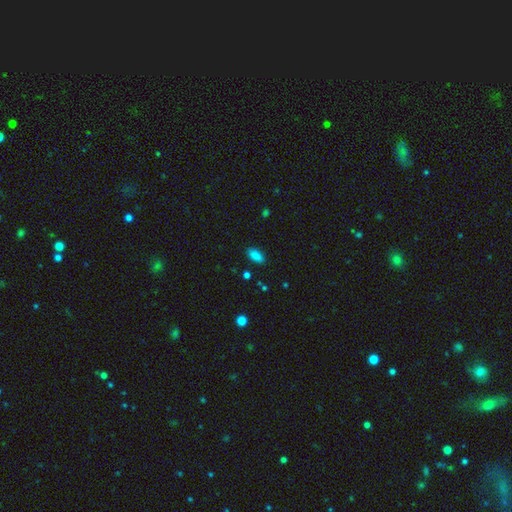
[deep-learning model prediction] Smooth or featured: smooth — 86% (star or artifact — 10%)
How rounded: in between — 90% (cigar-shaped — 7%)
Merging: none — 87% (minor disturbance — 9%)